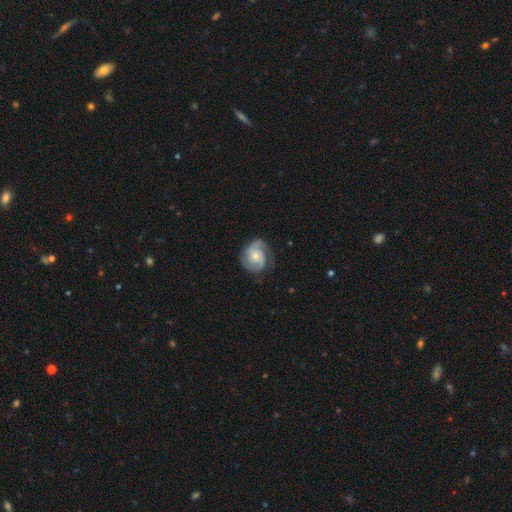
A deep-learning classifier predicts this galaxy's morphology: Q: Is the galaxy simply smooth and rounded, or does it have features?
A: featured or disk — 84%.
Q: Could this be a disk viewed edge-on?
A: no — 98%.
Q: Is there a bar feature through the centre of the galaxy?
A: no — 70%.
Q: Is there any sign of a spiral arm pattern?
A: yes — 97%.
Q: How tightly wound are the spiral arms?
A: tight — 50%.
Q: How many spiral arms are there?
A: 2 — 65%.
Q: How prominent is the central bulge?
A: small — 48%.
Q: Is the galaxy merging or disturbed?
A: none — 74%.